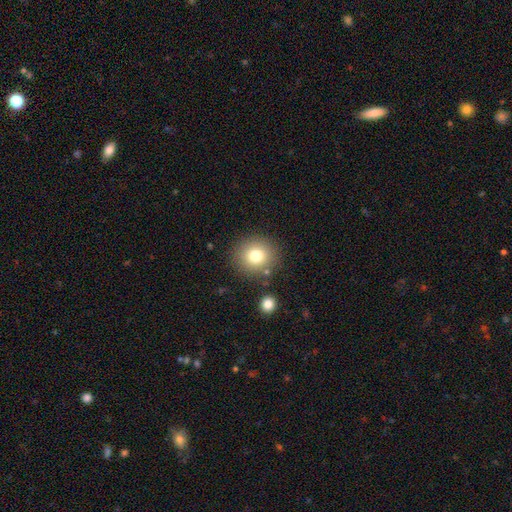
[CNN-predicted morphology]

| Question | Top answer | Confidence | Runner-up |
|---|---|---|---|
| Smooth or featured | smooth | 79% | star or artifact (11%) |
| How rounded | round | 87% | in between (12%) |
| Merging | none | 83% | minor disturbance (9%) |